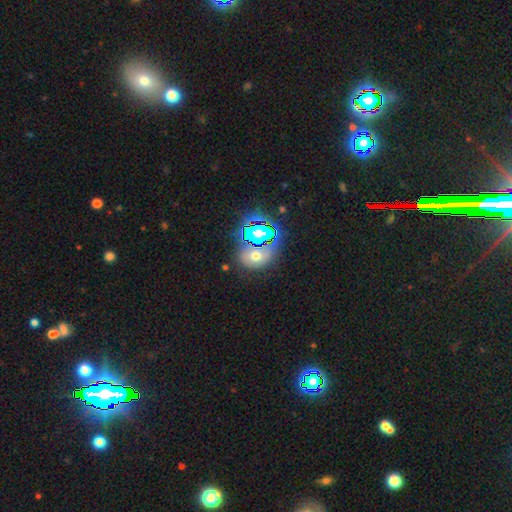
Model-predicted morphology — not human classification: smooth 46%, star or artifact 39%, featured or disk 15%. Down the decision tree: merging — none (62%).